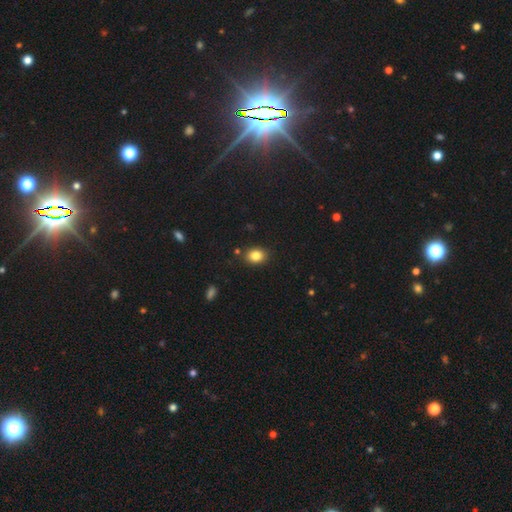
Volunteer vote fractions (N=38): smooth_or_featured: smooth (p=0.87) [alt: featured or disk p=0.08]
how_rounded: round (p=0.58) [alt: in between p=0.42]
merging: none (p=0.86) [alt: minor disturbance p=0.11]